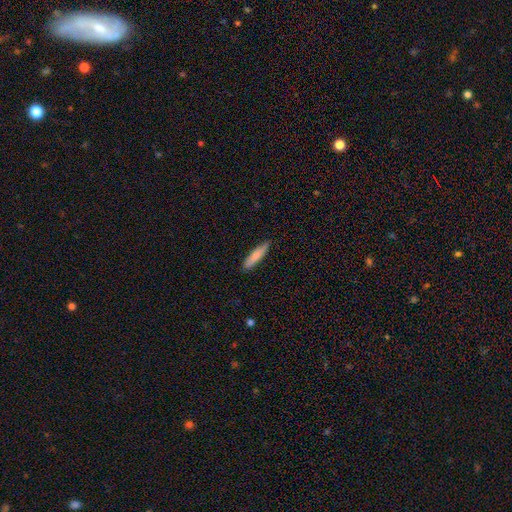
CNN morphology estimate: Smooth or featured? Predicted: smooth (p=0.80). How rounded? Predicted: cigar-shaped (p=0.81). Merging? Predicted: none (p=0.85).